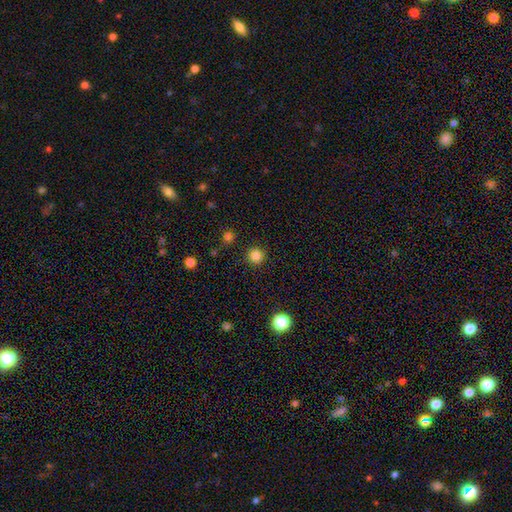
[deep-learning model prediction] The model was most divided on "smooth or featured": smooth: 84%, star or artifact: 13%, featured or disk: 3%. More confident: how rounded — round (95%); merging — none (90%).